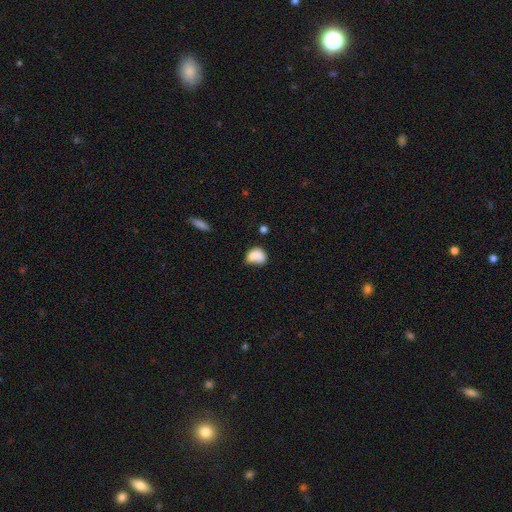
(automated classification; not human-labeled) This is likely a smooth galaxy (78%). How rounded: likely in between (65%). Merging: marginally none (34%).